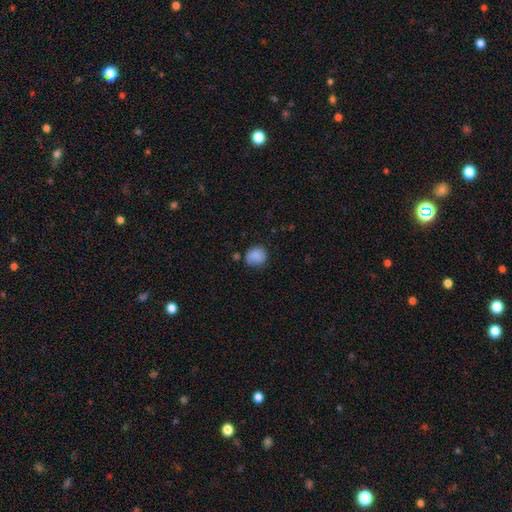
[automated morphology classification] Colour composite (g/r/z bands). It shows a smooth galaxy with no disk features (84%) that is round (76%). Merging: none (65%).